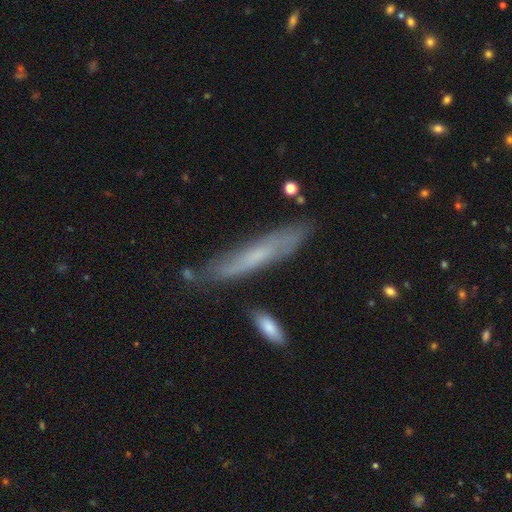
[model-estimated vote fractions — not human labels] Q: Smooth or featured?
A: smooth (46%); tied with: featured or disk (46%)
Q: Merging?
A: none (72%); runner-up: minor disturbance (19%)